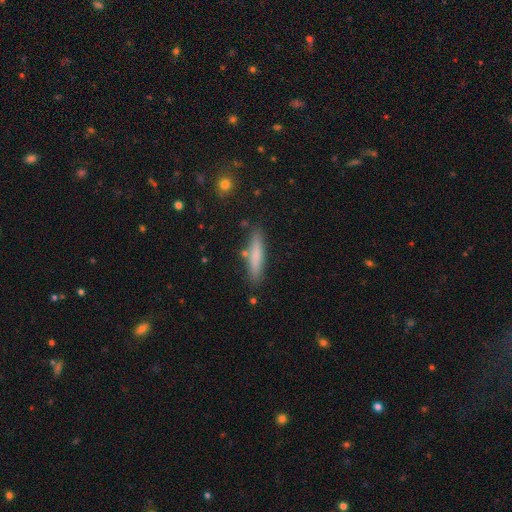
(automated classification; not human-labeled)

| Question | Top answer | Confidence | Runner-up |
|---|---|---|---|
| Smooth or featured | smooth | 75% | featured or disk (19%) |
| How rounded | cigar-shaped | 88% | in between (11%) |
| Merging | none | 85% | minor disturbance (10%) |